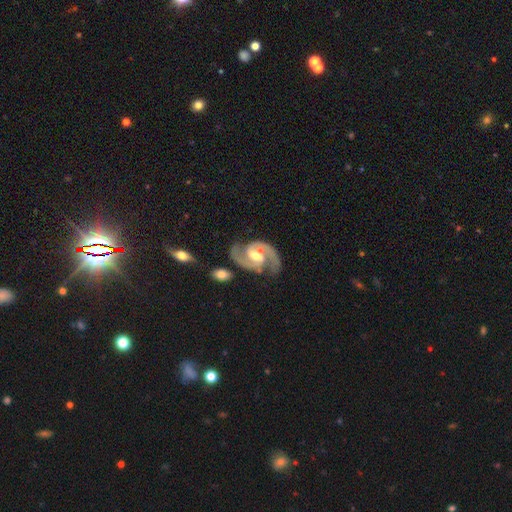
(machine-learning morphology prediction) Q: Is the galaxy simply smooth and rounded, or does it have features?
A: featured or disk — 92%.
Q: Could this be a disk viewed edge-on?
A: no — 98%.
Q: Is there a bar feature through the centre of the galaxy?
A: weak — 49%.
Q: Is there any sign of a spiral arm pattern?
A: yes — 98%.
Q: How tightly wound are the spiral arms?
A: medium — 66%.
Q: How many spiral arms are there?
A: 2 — 94%.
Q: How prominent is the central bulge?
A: moderate — 67%.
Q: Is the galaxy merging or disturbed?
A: none — 72%.